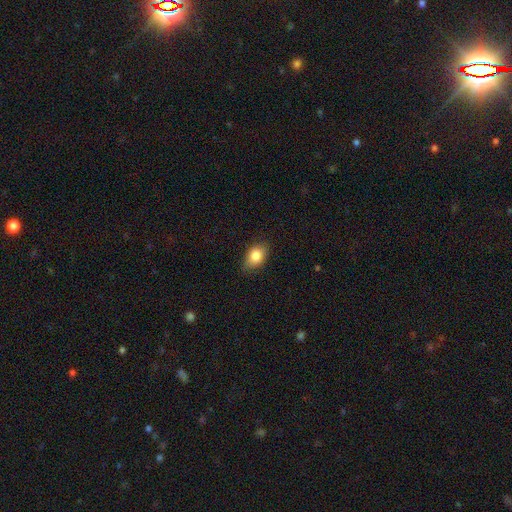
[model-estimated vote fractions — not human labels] smooth 83%, featured or disk 9%, star or artifact 8%. Down the decision tree: how rounded — in between (81%); merging — none (80%).